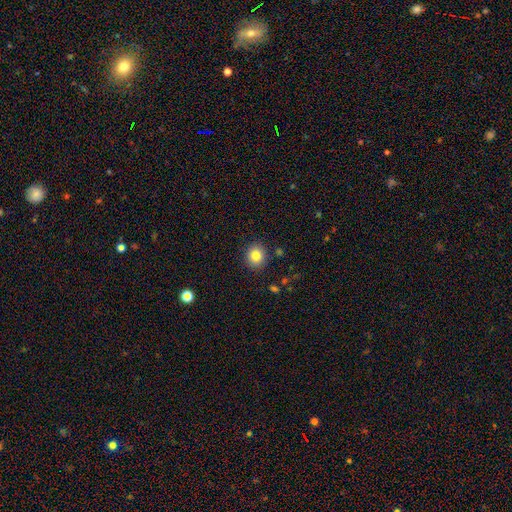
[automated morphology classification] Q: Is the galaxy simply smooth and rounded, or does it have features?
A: smooth — 83%.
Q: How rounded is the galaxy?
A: round — 79%.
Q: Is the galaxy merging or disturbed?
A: none — 89%.